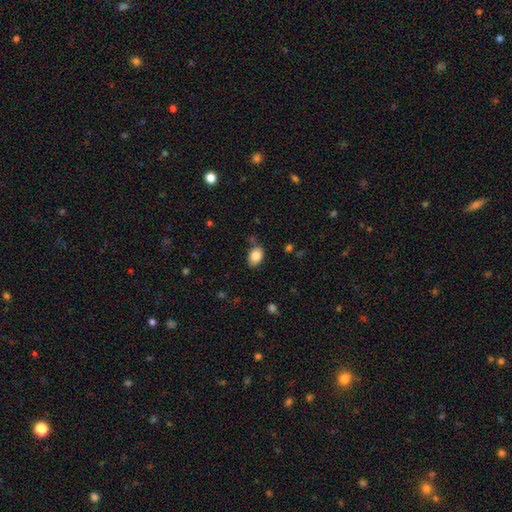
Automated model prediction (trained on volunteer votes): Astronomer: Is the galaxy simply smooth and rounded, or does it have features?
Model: smooth — 85%.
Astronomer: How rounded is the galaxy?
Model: in between — 83%.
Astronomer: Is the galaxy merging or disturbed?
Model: none — 77%.